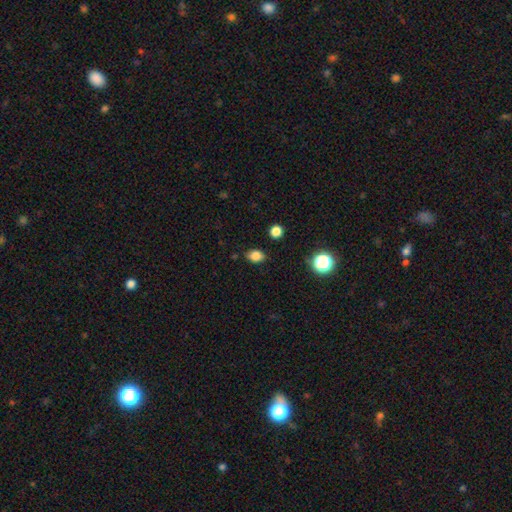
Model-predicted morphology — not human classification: Overall: smooth (82%). How rounded: in between (68%; round 31%). Merging: none (83%).